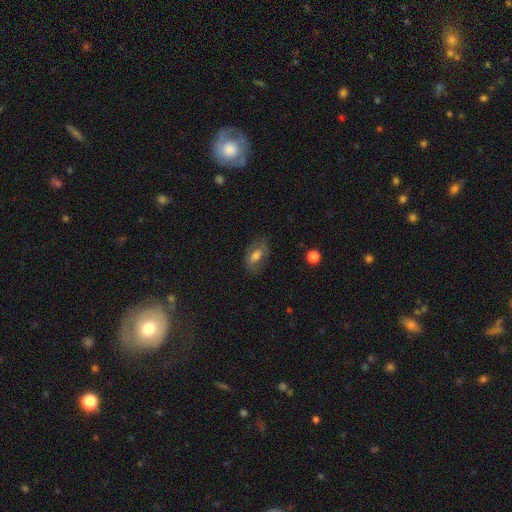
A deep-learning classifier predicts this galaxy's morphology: Smooth or featured?
  - smooth: 50% *
  - featured or disk: 39%
  - star or artifact: 11%
How rounded?
  - in between: 85% *
  - round: 10%
  - cigar-shaped: 5%
Merging?
  - none: 74% *
  - minor disturbance: 17%
  - major disturbance: 8%
  - merger: 1%